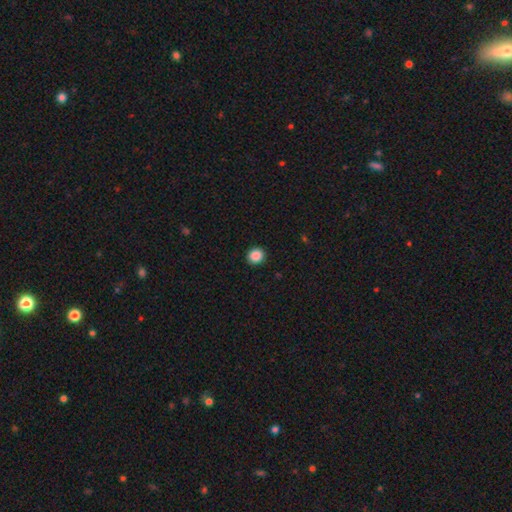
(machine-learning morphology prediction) Smooth or featured? smooth (88%)
How rounded? round (88%)
Merging? none (93%)